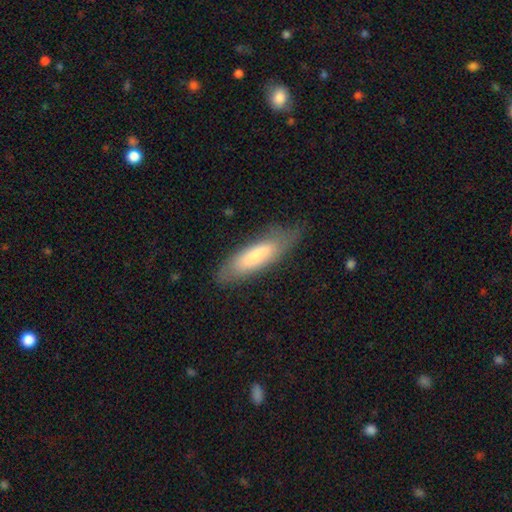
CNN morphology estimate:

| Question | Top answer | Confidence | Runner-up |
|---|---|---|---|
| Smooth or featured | smooth | 71% | featured or disk (23%) |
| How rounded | cigar-shaped | 53% | in between (45%) |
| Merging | none | 71% | minor disturbance (21%) |